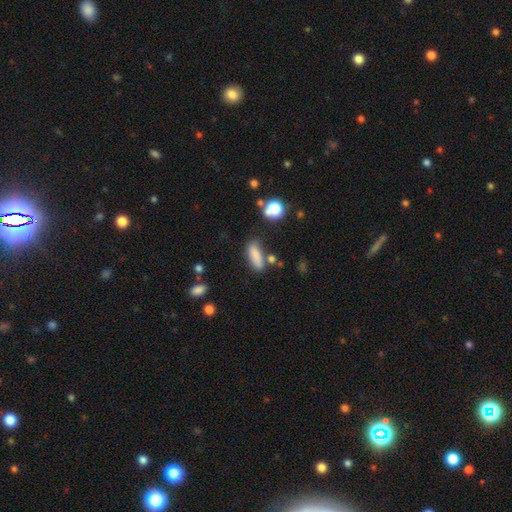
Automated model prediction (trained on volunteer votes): This appears to be a smooth galaxy with no disk features (82%) that is in between round and cigar-shaped (58%). Merging: none (63%).